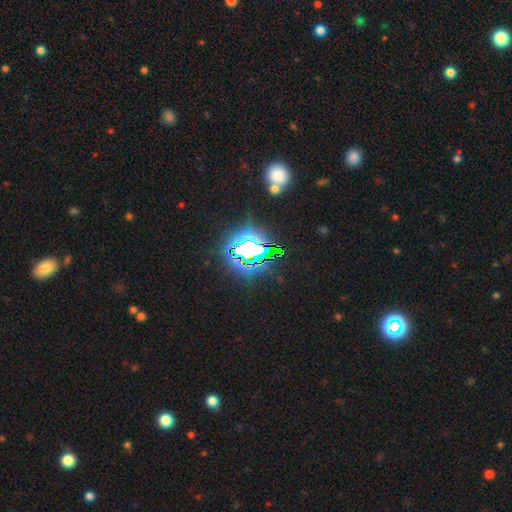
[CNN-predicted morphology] Smooth or featured? star or artifact (77%)